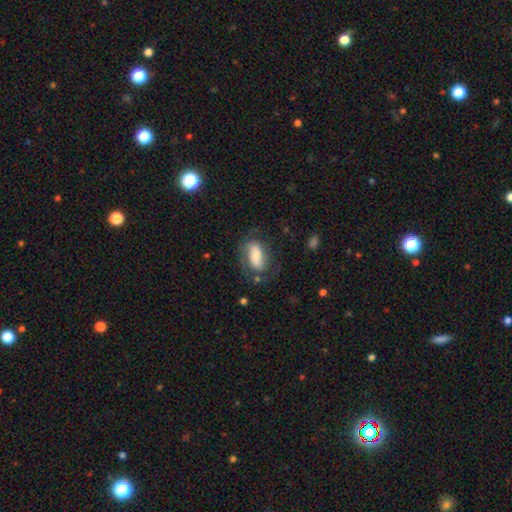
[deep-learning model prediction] Smooth or featured? smooth (52%)
How rounded? in between (86%)
Merging? none (59%)